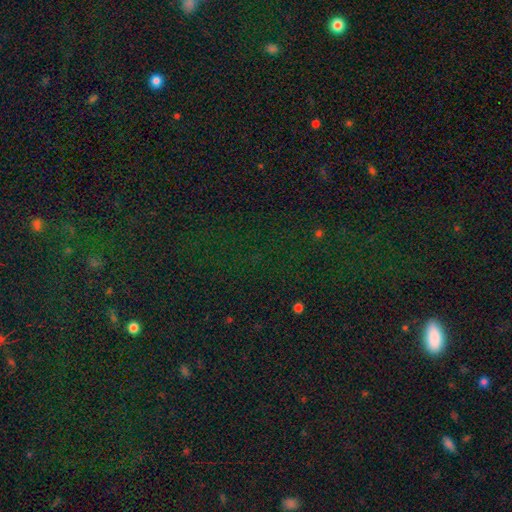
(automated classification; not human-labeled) Smooth or featured?
  - star or artifact: 77% *
  - smooth: 15%
  - featured or disk: 8%